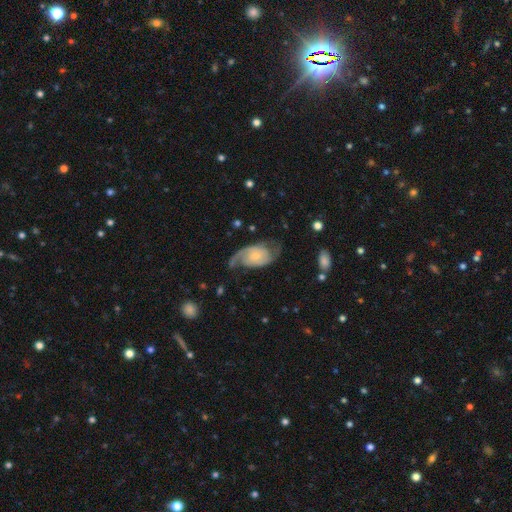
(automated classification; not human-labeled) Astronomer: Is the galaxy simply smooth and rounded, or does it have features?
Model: featured or disk — 80%.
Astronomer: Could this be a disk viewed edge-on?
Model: no — 96%.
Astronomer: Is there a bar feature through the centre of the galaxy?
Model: no — 68%.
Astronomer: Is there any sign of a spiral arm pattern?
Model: yes — 94%.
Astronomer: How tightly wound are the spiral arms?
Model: medium — 41% (runner-up: loose, 38%).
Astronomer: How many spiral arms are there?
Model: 2 — 79%.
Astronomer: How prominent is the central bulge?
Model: small — 66%.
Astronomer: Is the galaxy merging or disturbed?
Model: none — 56%.